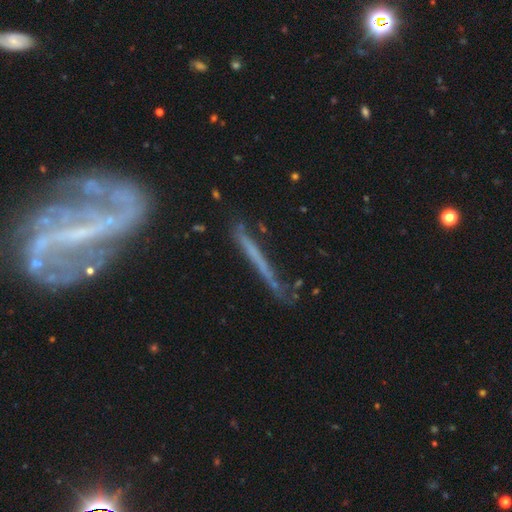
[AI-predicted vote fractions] A featured or disk galaxy (58%) viewed edge-on (79%).

Vote fractions:
- Smooth or featured? featured or disk: 58% / smooth: 33% / star or artifact: 10%
- Edge-on disk? yes: 79% / no: 21%
- Merging? none: 62% / minor disturbance: 22% / major disturbance: 10% / merger: 6%